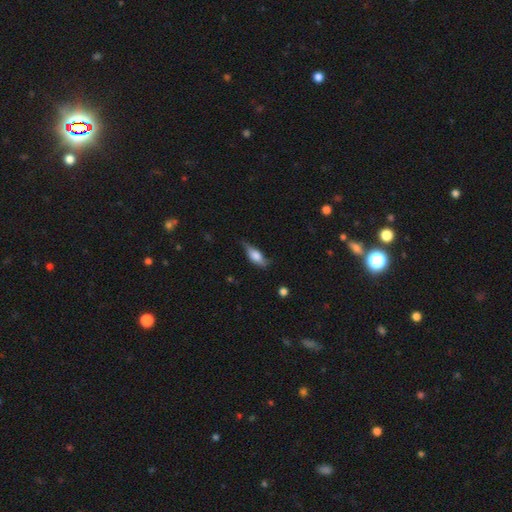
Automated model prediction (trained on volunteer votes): Smooth or featured? smooth (54%)
How rounded? in between (70%)
Merging? none (55%)